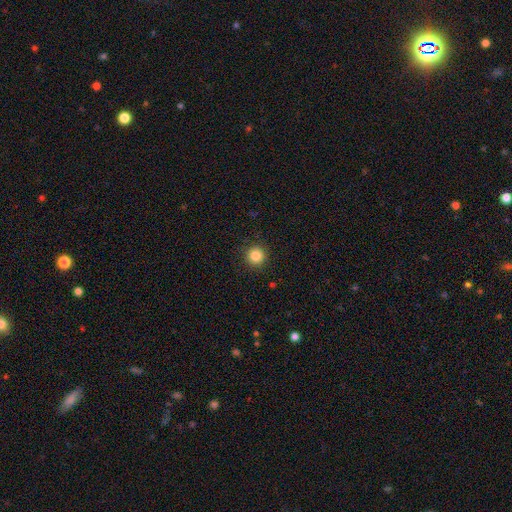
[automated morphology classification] type=smooth (85%); roundness=round (95%); merging=none (92%).